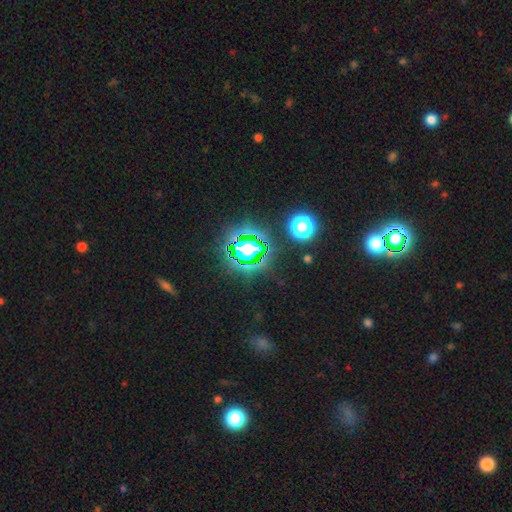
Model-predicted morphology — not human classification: Smooth or featured: star or artifact — 70% (smooth — 19%)